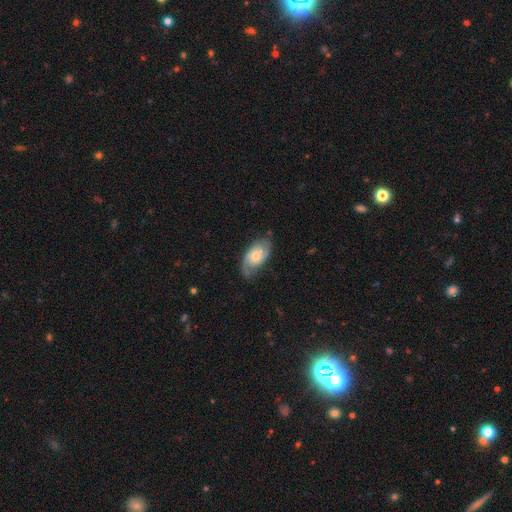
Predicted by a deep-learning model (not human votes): A featured or disk galaxy (65%) with no bar (67%), 2 (73%) medium (41%) spiral arms (88%) and a moderate central bulge (62%).

Vote fractions:
- Smooth or featured? featured or disk: 65% / smooth: 29% / star or artifact: 6%
- Edge-on disk? no: 93% / yes: 7%
- Bar? no: 67% / weak: 29% / strong: 4%
- Spiral arms? yes: 88% / no: 12%
- Spiral winding? medium: 41% / tight: 40% / loose: 19%
- Spiral arm count? 2: 73% / can't tell: 15% / 1: 8% / 3: 2% / 4: 1% / more than 4: 1%
- Bulge size? moderate: 62% / small: 25% / large: 9% / none: 2% / dominant: 1%
- Merging? none: 71% / minor disturbance: 21% / major disturbance: 6% / merger: 1%